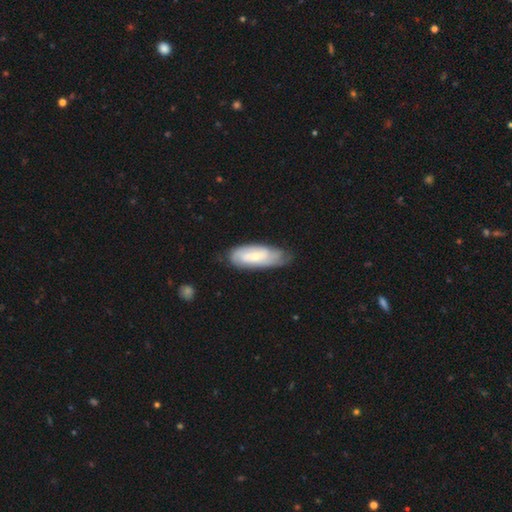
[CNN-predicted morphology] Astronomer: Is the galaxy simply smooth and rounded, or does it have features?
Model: featured or disk — 51% (runner-up: smooth, 43%).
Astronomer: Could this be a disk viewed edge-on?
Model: no — 85%.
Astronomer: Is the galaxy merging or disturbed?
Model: none — 64%.